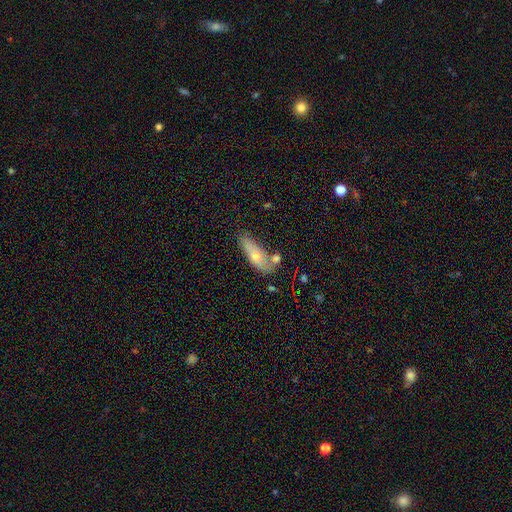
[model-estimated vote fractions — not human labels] Overall: smooth (58%; featured or disk 34%). How rounded: in between (55%; cigar-shaped 41%). Merging: none (59%; minor disturbance 21%).